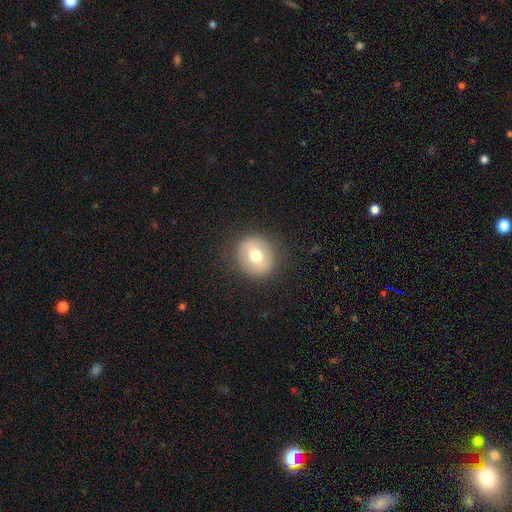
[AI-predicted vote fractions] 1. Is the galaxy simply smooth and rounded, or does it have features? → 67% smooth, 24% featured or disk, 9% star or artifact.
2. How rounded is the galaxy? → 85% round, 14% in between, 1% cigar-shaped.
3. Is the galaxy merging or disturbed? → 89% none, 7% minor disturbance, 3% major disturbance, 1% merger.